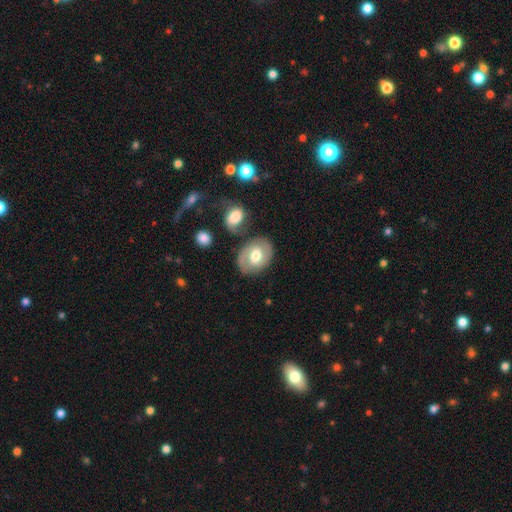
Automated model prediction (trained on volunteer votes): featured or disk 57%, smooth 36%, star or artifact 6%. Down the decision tree: edge-on disk — no (96%); bar — no (46%); spiral arms — yes (71%); bulge size — moderate (71%); merging — none (73%).